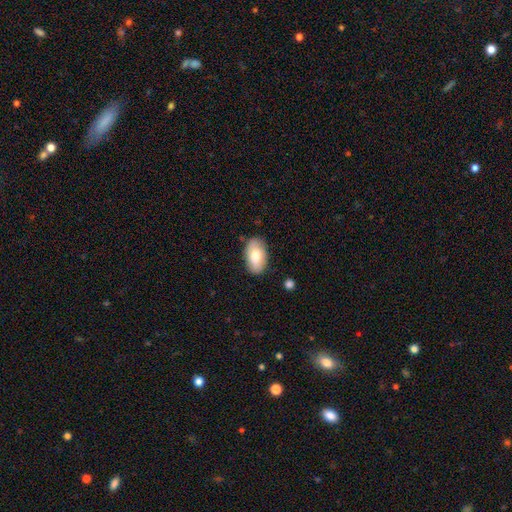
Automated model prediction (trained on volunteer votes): Morphology: type=smooth (74%); roundness=in between (93%); merging=none (83%).